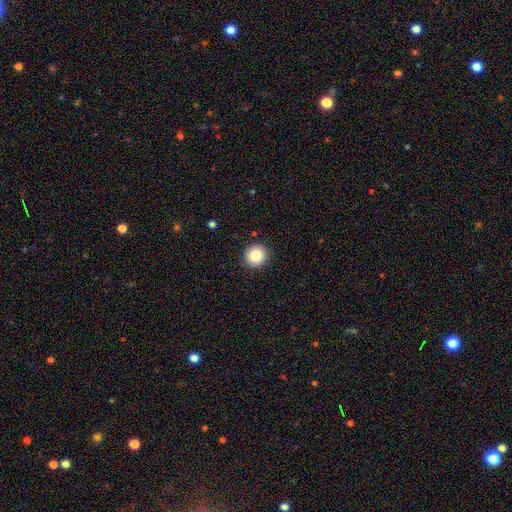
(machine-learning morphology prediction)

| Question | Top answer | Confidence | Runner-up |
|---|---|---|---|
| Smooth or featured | smooth | 86% | star or artifact (9%) |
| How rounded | round | 95% | in between (4%) |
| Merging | none | 92% | minor disturbance (6%) |